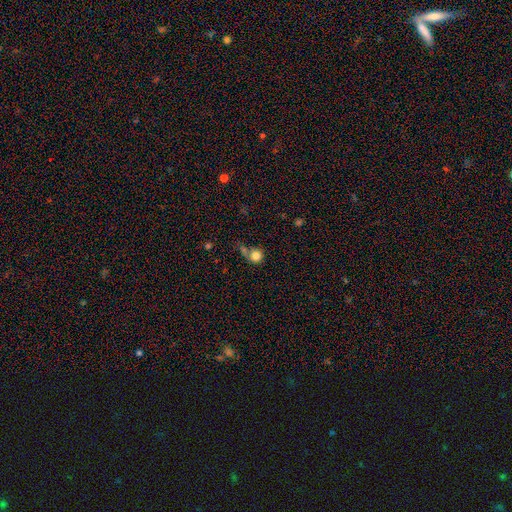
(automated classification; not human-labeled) smooth_or_featured: smooth (p=0.82) [alt: star or artifact p=0.11]
how_rounded: round (p=0.90) [alt: in between p=0.09]
merging: none (p=0.53) [alt: merger p=0.21]